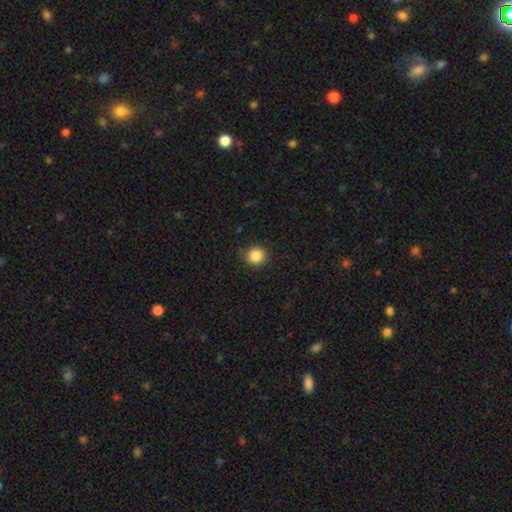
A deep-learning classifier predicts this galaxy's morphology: A smooth galaxy with no disk features (87%) that is round (91%). Merging: none (88%).